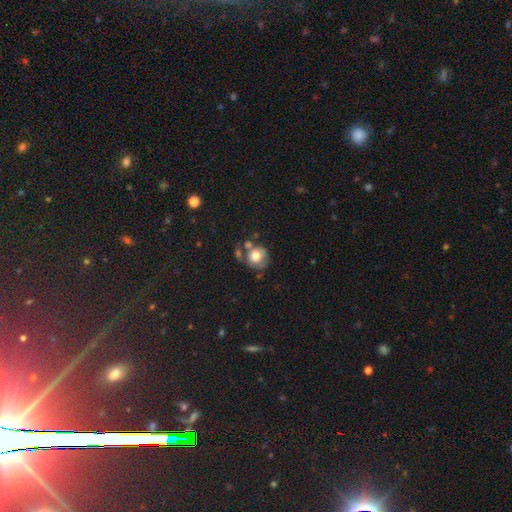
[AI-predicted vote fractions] smooth_or_featured: smooth (p=0.71) [alt: featured or disk p=0.20]
how_rounded: round (p=0.84) [alt: in between p=0.15]
merging: none (p=0.48) [alt: merger p=0.23]